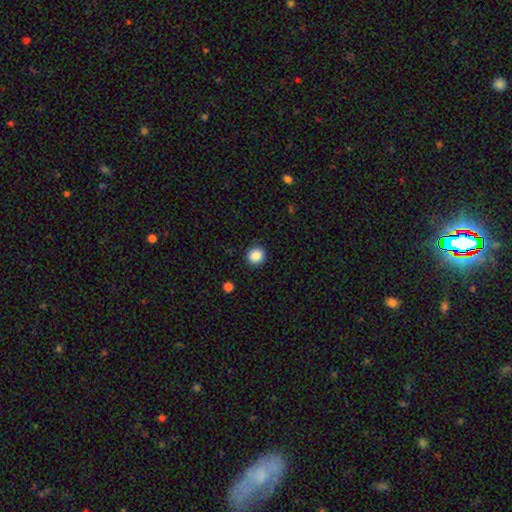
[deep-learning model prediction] Smooth or featured? smooth (87%)
How rounded? round (87%)
Merging? none (91%)